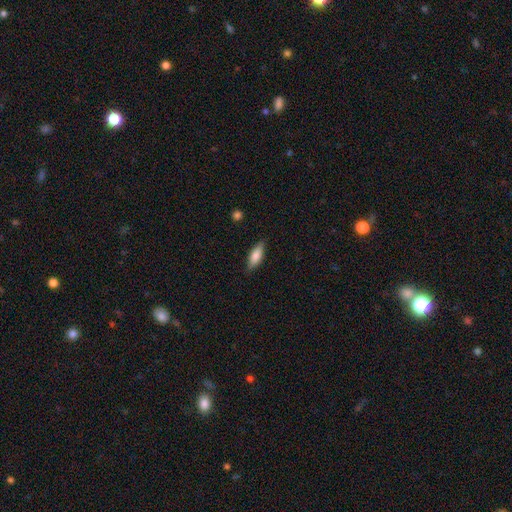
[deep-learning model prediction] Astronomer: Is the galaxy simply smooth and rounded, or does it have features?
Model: smooth — 79%.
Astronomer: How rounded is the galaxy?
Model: in between — 65%.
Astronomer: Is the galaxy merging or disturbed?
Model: none — 85%.